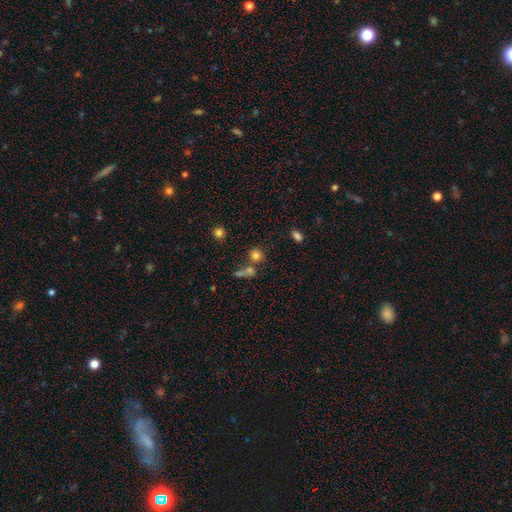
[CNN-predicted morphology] This is likely a smooth galaxy (77%). How rounded: clearly round (87%). Merging: possibly none (59%).